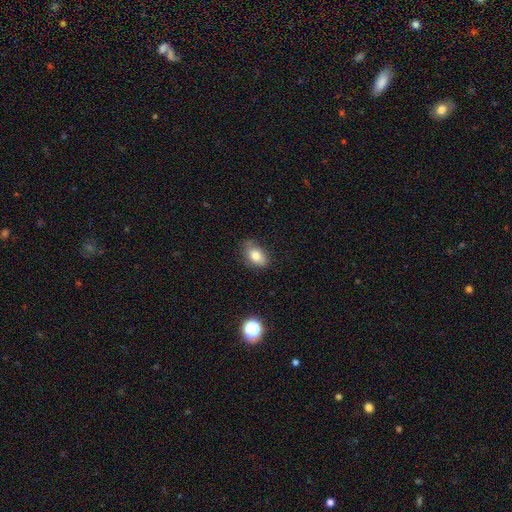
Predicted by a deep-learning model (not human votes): smooth_or_featured: smooth (p=0.79) [alt: featured or disk p=0.11]
how_rounded: in between (p=0.81) [alt: round p=0.17]
merging: none (p=0.72) [alt: minor disturbance p=0.22]